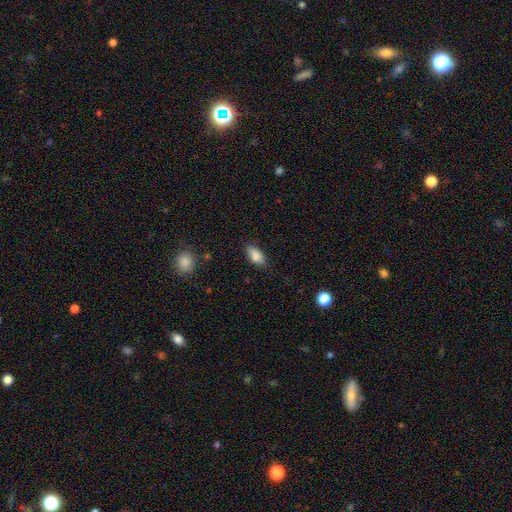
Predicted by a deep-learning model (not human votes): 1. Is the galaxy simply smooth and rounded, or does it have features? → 86% smooth, 7% star or artifact, 6% featured or disk.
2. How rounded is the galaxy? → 87% in between, 9% cigar-shaped, 3% round.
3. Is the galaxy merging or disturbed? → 80% none, 15% minor disturbance, 3% major disturbance, 1% merger.